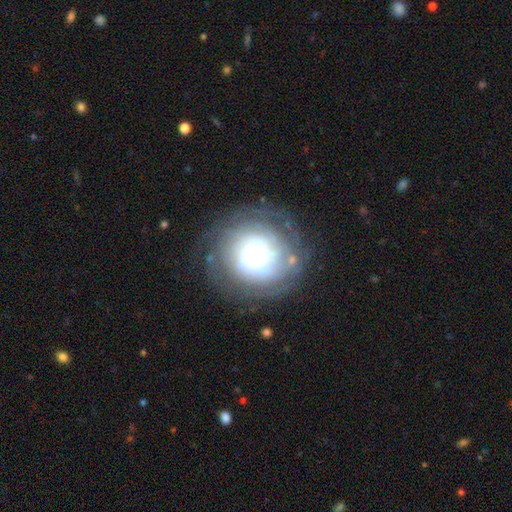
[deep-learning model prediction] smooth-or-featured: featured or disk: 66% | smooth: 25% | star or artifact: 9%
  disk-edge-on: no: 97% | yes: 3%
    bar: no: 77% | weak: 17% | strong: 5%
    has-spiral-arms: yes: 81% | no: 19%
      spiral-winding: tight: 69% | medium: 21% | loose: 10%
      spiral-arm-count: can't tell: 50% | 2: 17% | 3: 11% | 4: 8% | more than 4: 7% | 1: 7%
    bulge-size: large: 38% | moderate: 35% | small: 16% | dominant: 10% | none: 2%
  merging: none: 71% | minor disturbance: 16% | major disturbance: 11% | merger: 2%